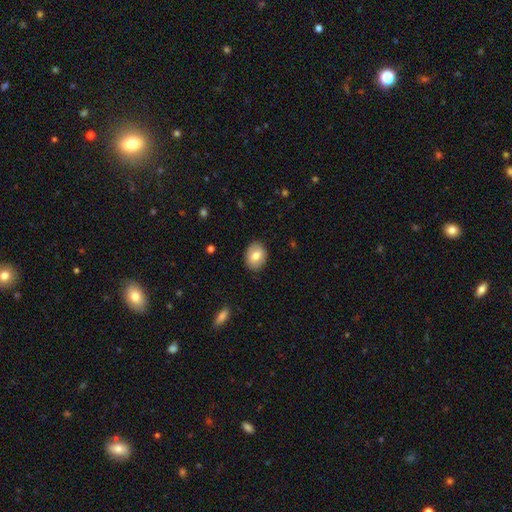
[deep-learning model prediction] Smooth or featured?
  - smooth: 75% *
  - featured or disk: 18%
  - star or artifact: 7%
How rounded?
  - in between: 63% *
  - round: 36%
  - cigar-shaped: 1%
Merging?
  - none: 86% *
  - minor disturbance: 10%
  - major disturbance: 2%
  - merger: 1%